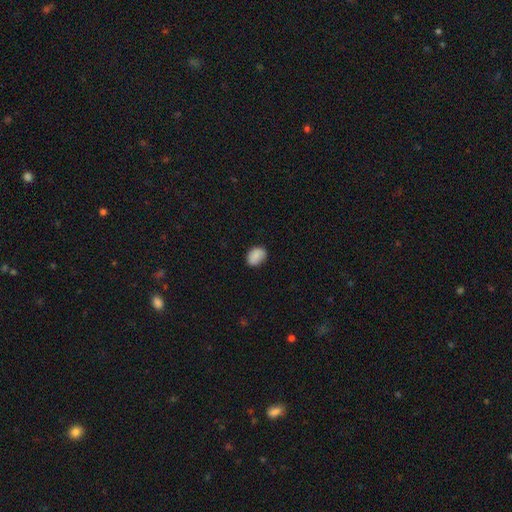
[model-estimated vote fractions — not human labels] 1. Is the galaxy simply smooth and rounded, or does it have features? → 85% smooth, 8% star or artifact, 7% featured or disk.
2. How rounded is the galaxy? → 71% in between, 27% round, 1% cigar-shaped.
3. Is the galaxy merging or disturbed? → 80% none, 16% minor disturbance, 3% major disturbance, 1% merger.